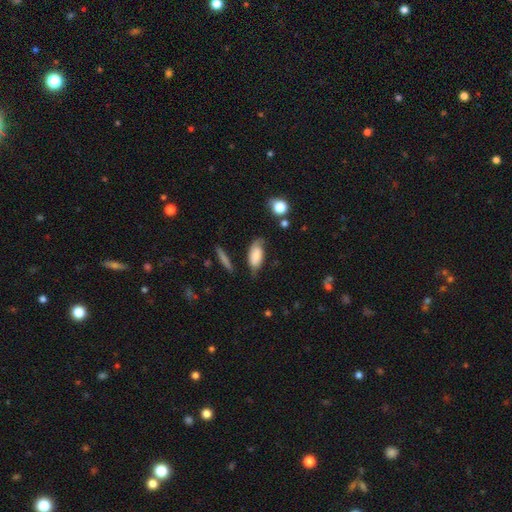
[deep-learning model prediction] Overall: smooth (64%; featured or disk 28%). How rounded: in between (88%). Merging: none (53%; minor disturbance 32%).